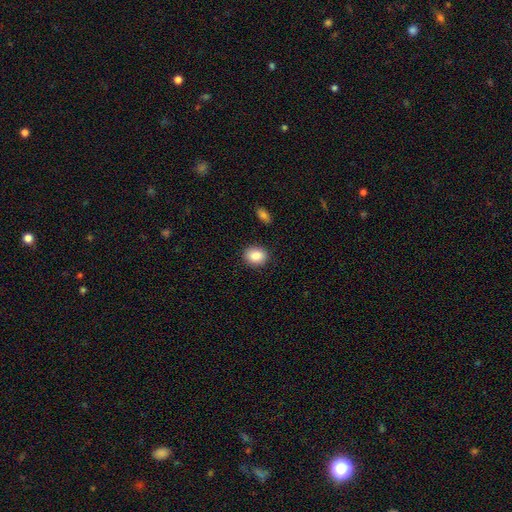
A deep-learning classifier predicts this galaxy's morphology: The model was most divided on "how rounded": round: 56%, in between: 43%, cigar-shaped: 1%. More confident: merging — none (88%); smooth or featured — smooth (87%).